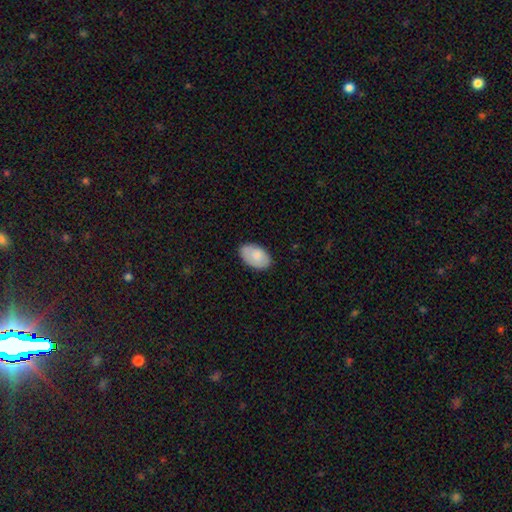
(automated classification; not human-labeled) Smooth or featured?
  - smooth: 81% *
  - featured or disk: 13%
  - star or artifact: 6%
How rounded?
  - in between: 93% *
  - round: 6%
  - cigar-shaped: 1%
Merging?
  - none: 81% *
  - minor disturbance: 15%
  - major disturbance: 3%
  - merger: 1%